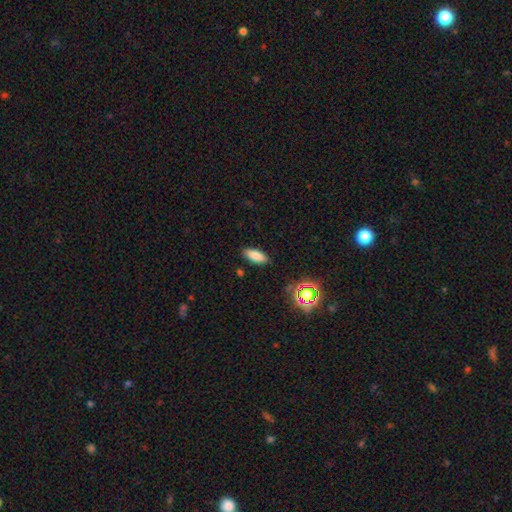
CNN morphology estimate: Overall: smooth (81%). How rounded: in between (79%). Merging: none (87%).